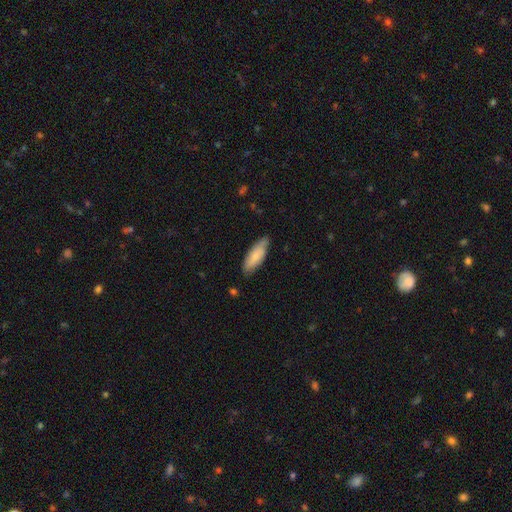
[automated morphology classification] A smooth galaxy with no disk features (75%) that is in between round and cigar-shaped (67%).

Vote fractions:
- Smooth or featured? smooth: 75% / featured or disk: 20% / star or artifact: 6%
- How rounded? in between: 67% / cigar-shaped: 31% / round: 2%
- Merging? none: 74% / minor disturbance: 22% / major disturbance: 3% / merger: 2%